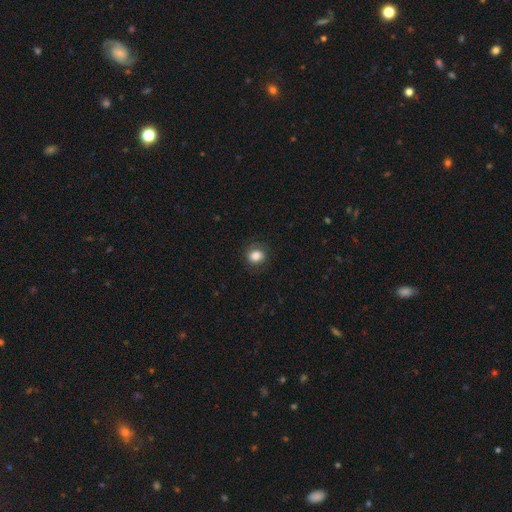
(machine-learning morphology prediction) type=smooth (84%); roundness=round (70%); merging=none (82%).